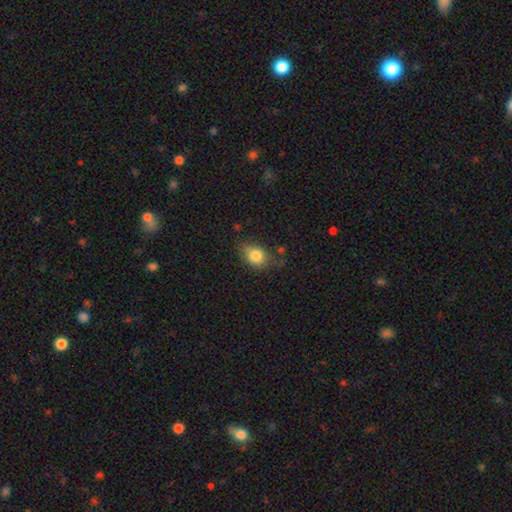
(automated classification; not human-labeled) smooth 82%, featured or disk 10%, star or artifact 9%. Down the decision tree: how rounded — in between (61%); merging — none (60%).